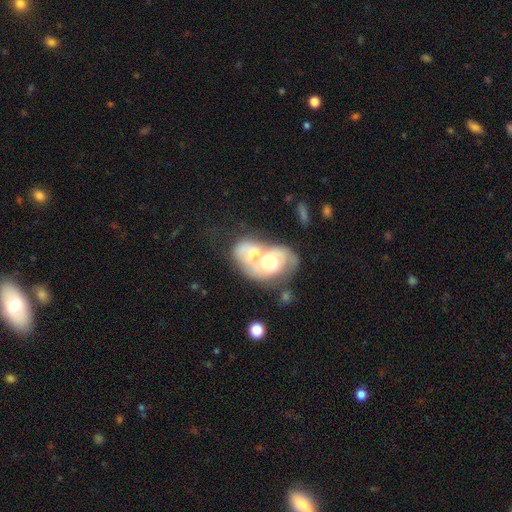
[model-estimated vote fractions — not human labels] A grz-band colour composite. It shows a featured or disk galaxy (59%) with no bar (79%), spiral arms (51%) and a moderate central bulge (63%). Merging: merger (81%).